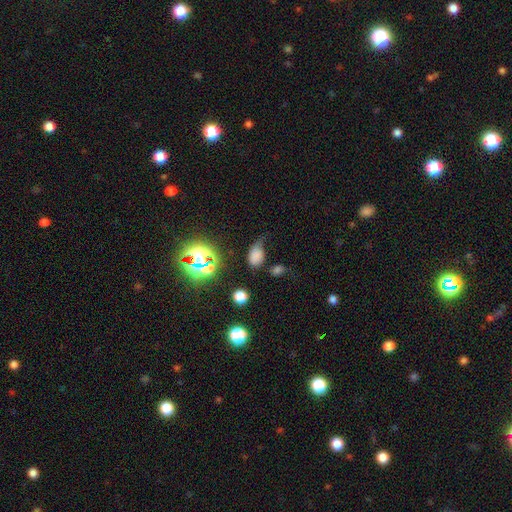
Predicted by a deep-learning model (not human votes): This is likely a smooth galaxy (67%). How rounded: clearly in between (81%). Merging: marginally none (39%).